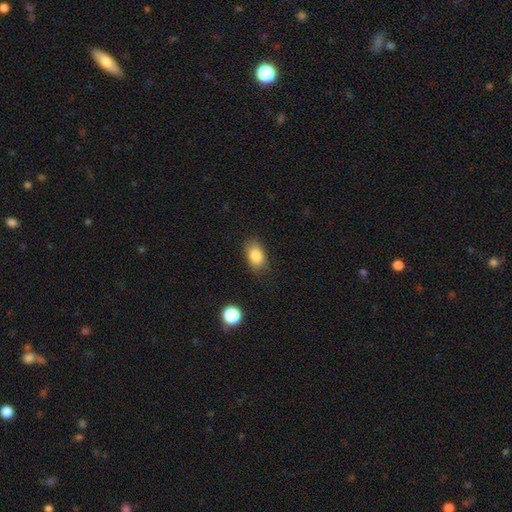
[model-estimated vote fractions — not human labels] Smooth or featured?
  - smooth: 84% *
  - star or artifact: 9%
  - featured or disk: 7%
How rounded?
  - in between: 85% *
  - round: 14%
  - cigar-shaped: 2%
Merging?
  - none: 81% *
  - minor disturbance: 14%
  - major disturbance: 4%
  - merger: 1%